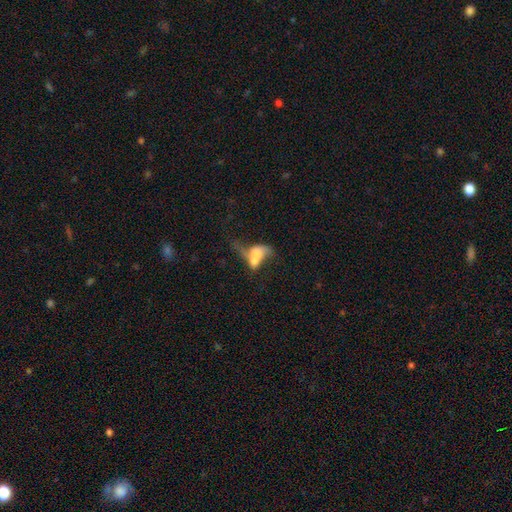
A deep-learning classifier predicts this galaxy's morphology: smooth_or_featured: smooth (p=0.48) [alt: featured or disk p=0.41]
merging: merger (p=0.64) [alt: major disturbance p=0.18]